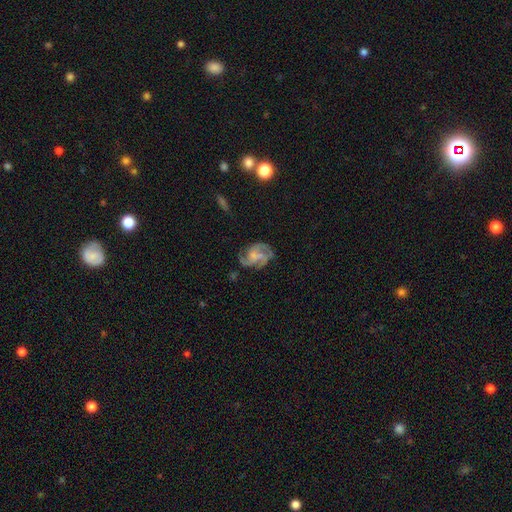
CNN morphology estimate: Smooth or featured: featured or disk — 81% (smooth — 11%)
Edge-on disk: no — 98% (yes — 2%)
Bar: no — 58% (weak — 34%)
Spiral arms: yes — 96% (no — 4%)
Spiral winding: medium — 51% (tight — 32%)
Spiral arm count: 3 — 55% (4 — 13%)
Bulge size: small — 36% (none — 34%)
Merging: none — 65% (minor disturbance — 20%)